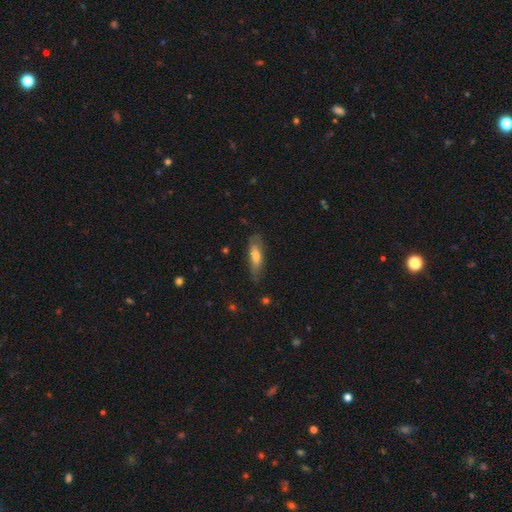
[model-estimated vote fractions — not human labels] A smooth galaxy with no disk features (61%) that is cigar-shaped (50%). Merging: none (68%).